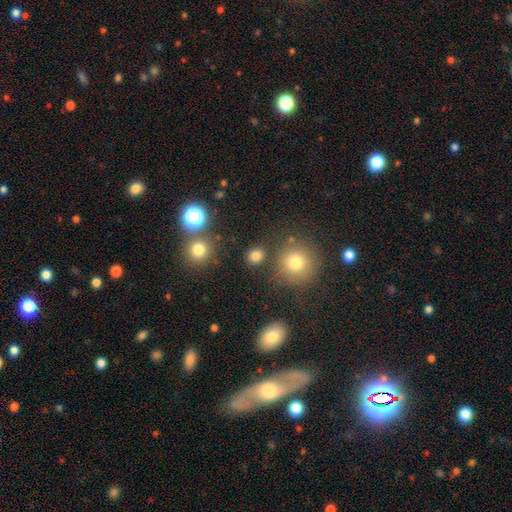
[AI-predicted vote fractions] This appears to be a smooth galaxy with no disk features (79%) that is round (80%). Merging: none (83%).